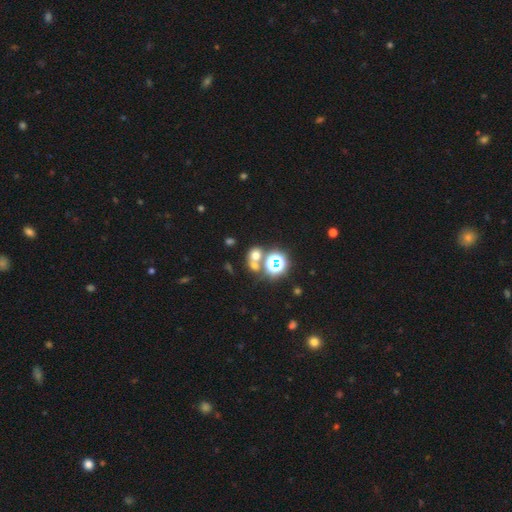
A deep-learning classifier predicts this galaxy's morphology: A smooth galaxy with no disk features (56%) that is round (69%).

Vote fractions:
- Smooth or featured? smooth: 56% / star or artifact: 32% / featured or disk: 12%
- How rounded? round: 69% / in between: 29% / cigar-shaped: 1%
- Merging? none: 53% / merger: 33% / minor disturbance: 9% / major disturbance: 5%